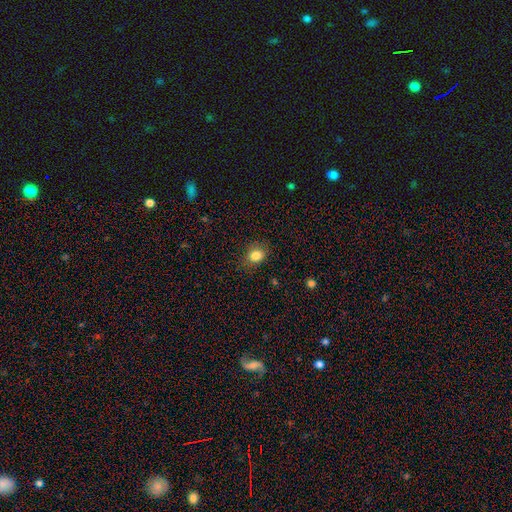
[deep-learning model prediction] This appears to be a smooth galaxy with no disk features (83%) that is in between round and cigar-shaped (54%). Merging: none (80%).